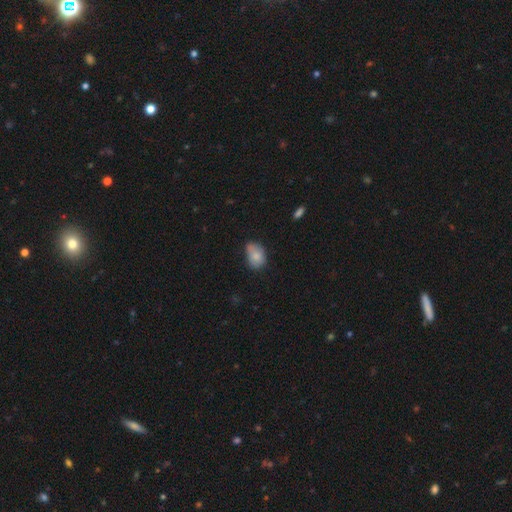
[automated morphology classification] type=smooth (81%); roundness=in between (77%); merging=none (48%).